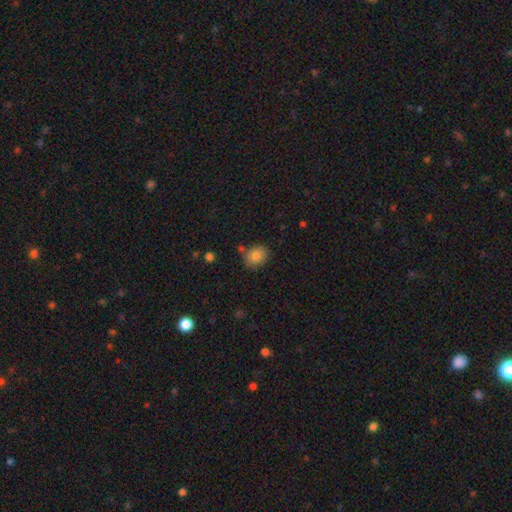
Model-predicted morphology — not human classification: type=smooth (83%); roundness=round (54%); merging=none (78%).